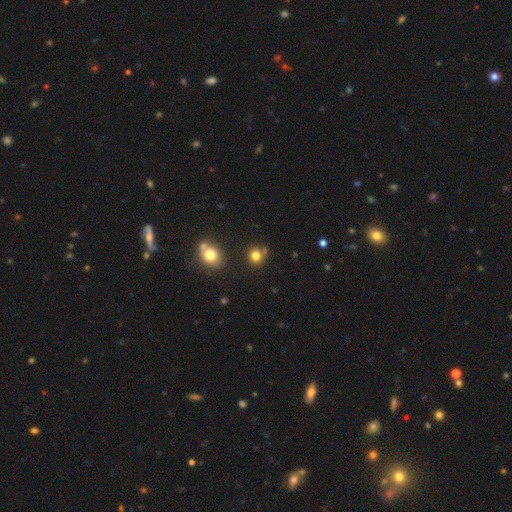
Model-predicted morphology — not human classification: smooth 80%, star or artifact 14%, featured or disk 6%. Down the decision tree: how rounded — round (87%); merging — none (73%).